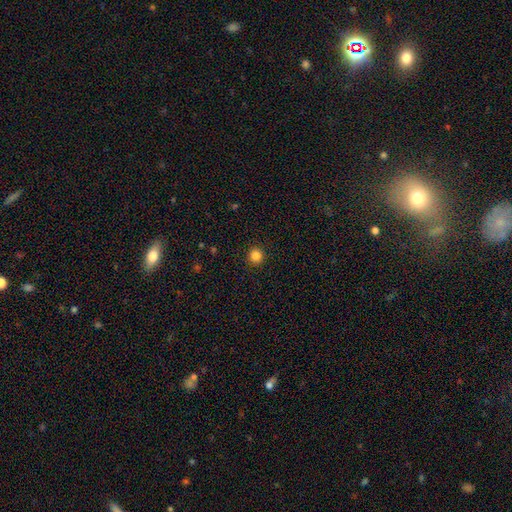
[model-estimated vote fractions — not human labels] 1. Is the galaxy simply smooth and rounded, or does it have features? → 85% smooth, 11% star or artifact, 4% featured or disk.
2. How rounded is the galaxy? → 93% round, 6% in between, 1% cigar-shaped.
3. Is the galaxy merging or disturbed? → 92% none, 5% minor disturbance, 2% major disturbance, 1% merger.